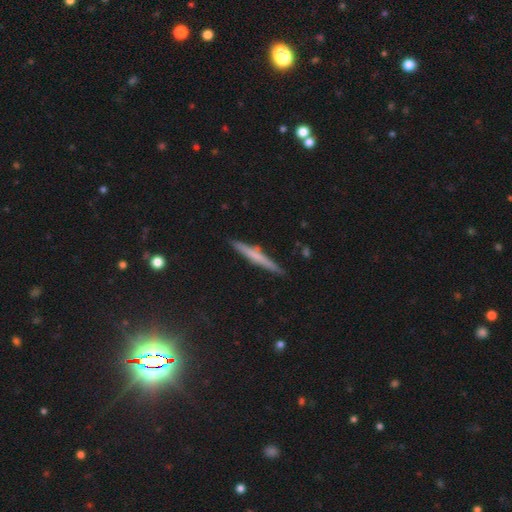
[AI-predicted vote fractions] featured or disk 48%, smooth 44%, star or artifact 8%. Down the decision tree: merging — none (89%).